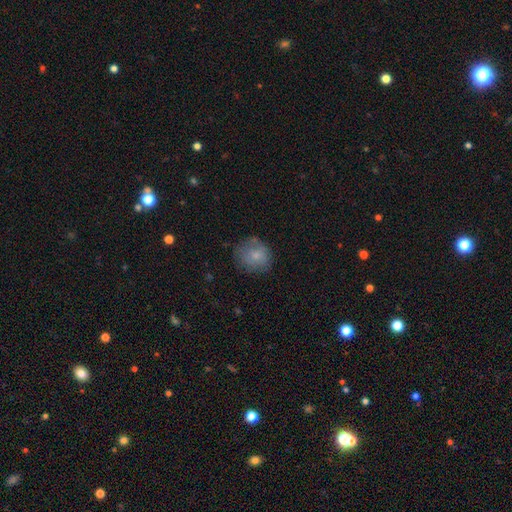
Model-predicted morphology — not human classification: Smooth or featured: smooth — 78% (featured or disk — 14%)
How rounded: round — 81% (in between — 18%)
Merging: none — 69% (minor disturbance — 22%)